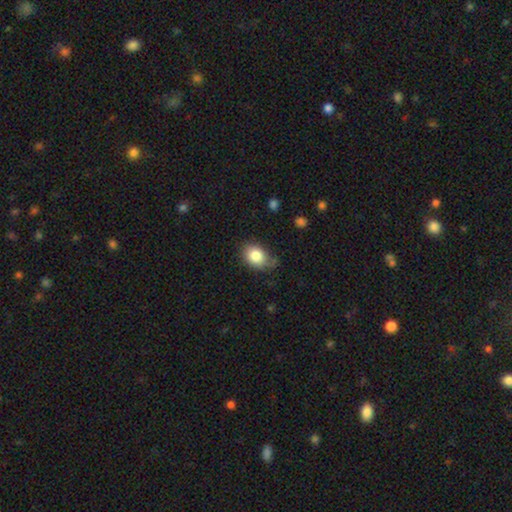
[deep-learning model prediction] Smooth or featured? Predicted: smooth (p=0.83). How rounded? Predicted: in between (p=0.64). Merging? Predicted: none (p=0.66).